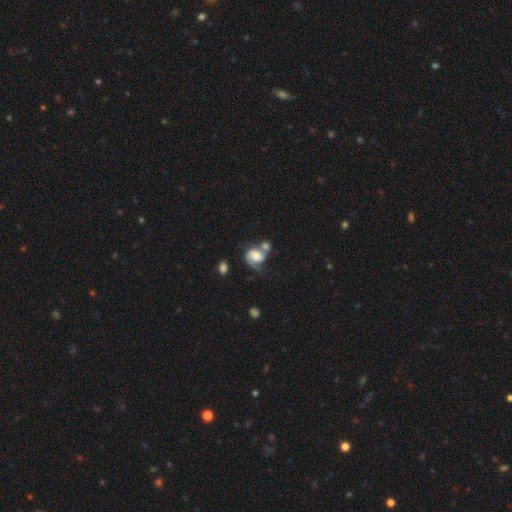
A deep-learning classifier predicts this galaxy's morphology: This appears to be a featured or disk galaxy (58%) with no bar (57%), spiral arms (86%) and a large central bulge (33%). Merging: merger (38%).